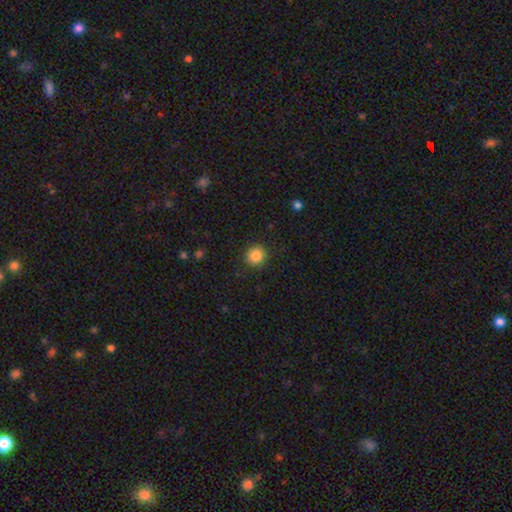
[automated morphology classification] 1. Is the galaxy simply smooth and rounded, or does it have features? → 86% smooth, 10% star or artifact, 4% featured or disk.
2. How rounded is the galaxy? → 90% round, 9% in between, 1% cigar-shaped.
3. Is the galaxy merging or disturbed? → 90% none, 7% minor disturbance, 2% major disturbance, 1% merger.